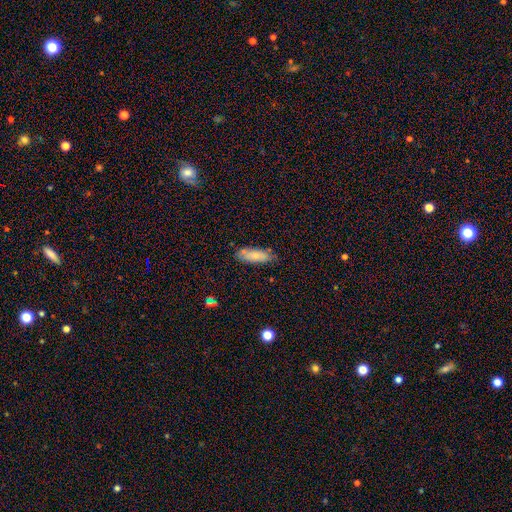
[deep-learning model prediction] A smooth galaxy with no disk features (74%) that is in between round and cigar-shaped (67%). Merging: none (74%).